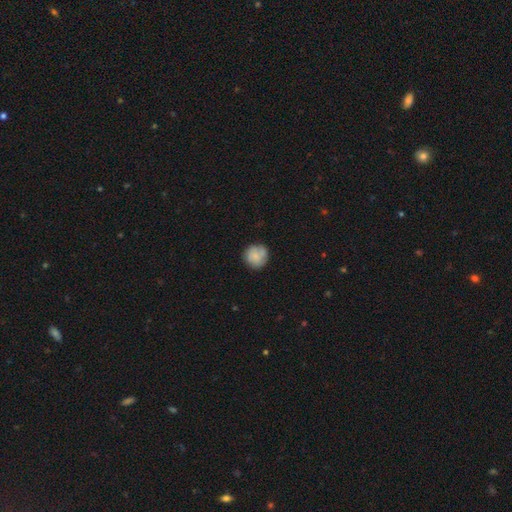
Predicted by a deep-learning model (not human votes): Q: Smooth or featured?
A: smooth (74%); runner-up: featured or disk (19%)
Q: How rounded?
A: round (92%); runner-up: in between (7%)
Q: Merging?
A: none (76%); runner-up: minor disturbance (17%)